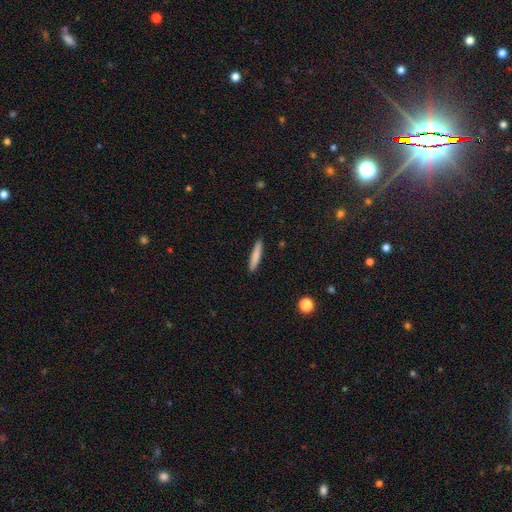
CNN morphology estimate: The model was most divided on "smooth or featured": smooth: 79%, featured or disk: 15%, star or artifact: 6%. More confident: how rounded — cigar-shaped (92%); merging — none (90%).